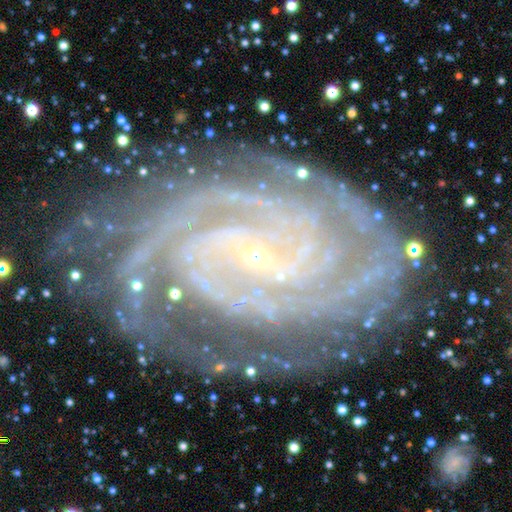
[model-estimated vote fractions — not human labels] Overall: featured or disk (91%). Edge-on disk: no (97%). Bar: no (47%; weak 32%). Spiral arms: yes (99%). Spiral arm count: 2 (27%; 3 20%). Spiral winding: tight (72%). Bulge size: small (88%). Merging: none (68%).